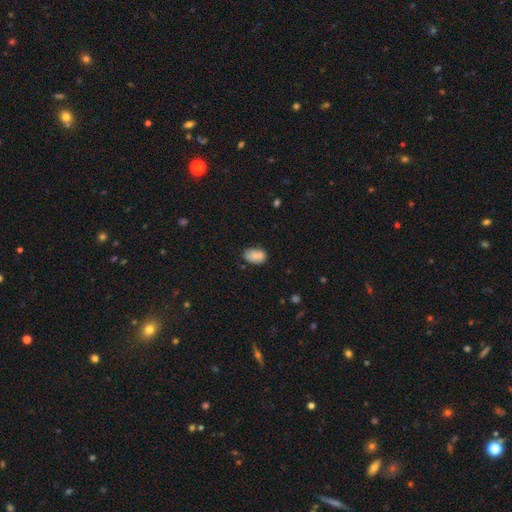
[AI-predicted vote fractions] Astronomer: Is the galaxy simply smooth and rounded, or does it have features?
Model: smooth — 79%.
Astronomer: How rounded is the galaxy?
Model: in between — 88%.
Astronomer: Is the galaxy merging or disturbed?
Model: none — 59%.